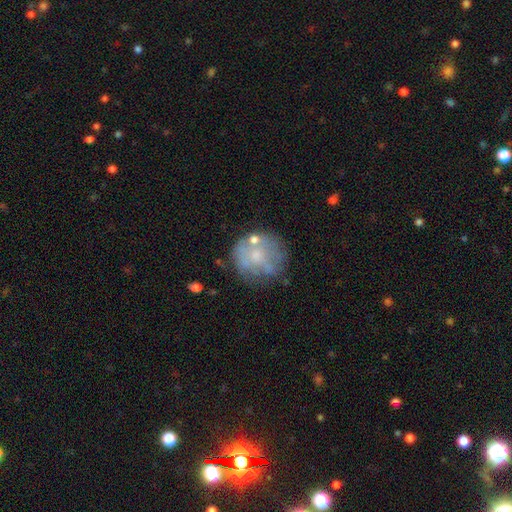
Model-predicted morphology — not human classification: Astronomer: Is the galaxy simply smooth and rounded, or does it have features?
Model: featured or disk — 48% (runner-up: smooth, 41%).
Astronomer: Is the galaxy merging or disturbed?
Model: none — 57%.